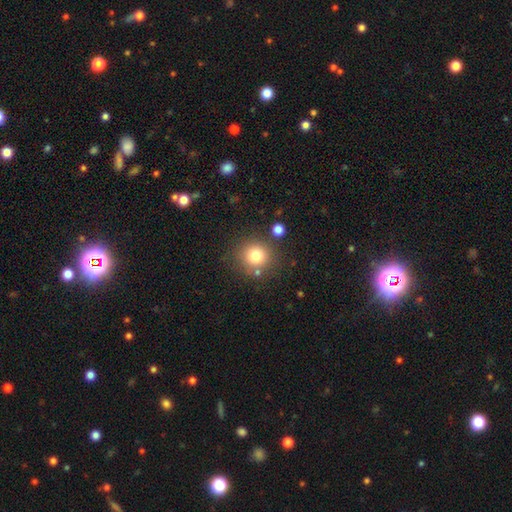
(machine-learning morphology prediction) type=smooth (78%); roundness=round (91%); merging=none (79%).